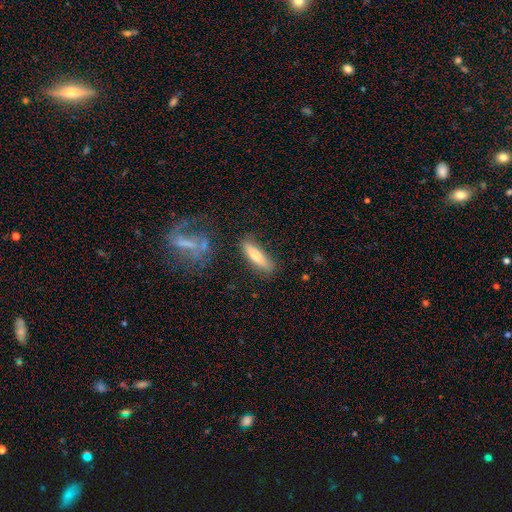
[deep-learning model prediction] A smooth galaxy with no disk features (73%) that is cigar-shaped (71%). Merging: none (80%).